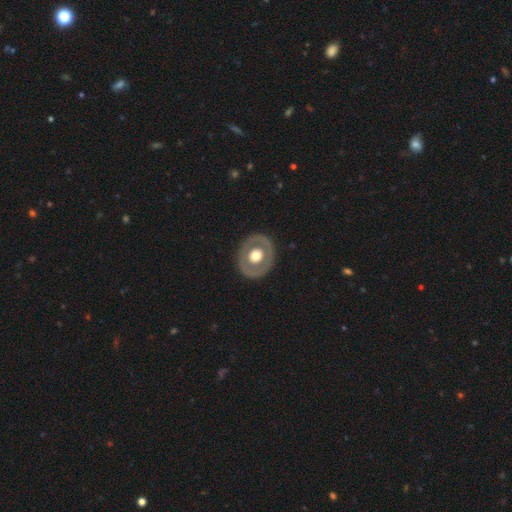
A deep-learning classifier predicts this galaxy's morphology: Smooth or featured: featured or disk — 52% (smooth — 43%)
Edge-on disk: no — 93% (yes — 7%)
Merging: none — 85% (minor disturbance — 10%)